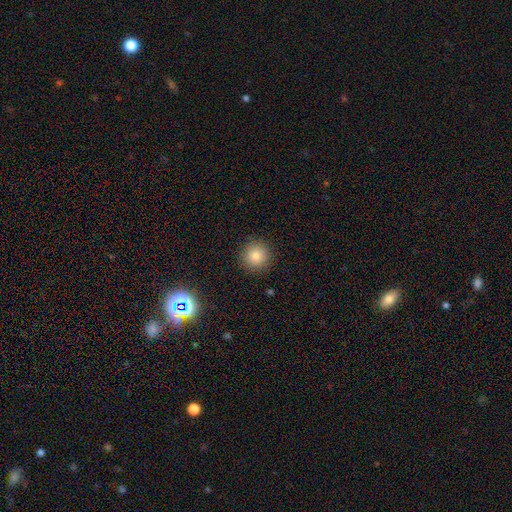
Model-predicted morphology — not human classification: smooth_or_featured: smooth (p=0.81) [alt: star or artifact p=0.12]
how_rounded: round (p=0.95) [alt: in between p=0.04]
merging: none (p=0.91) [alt: minor disturbance p=0.06]